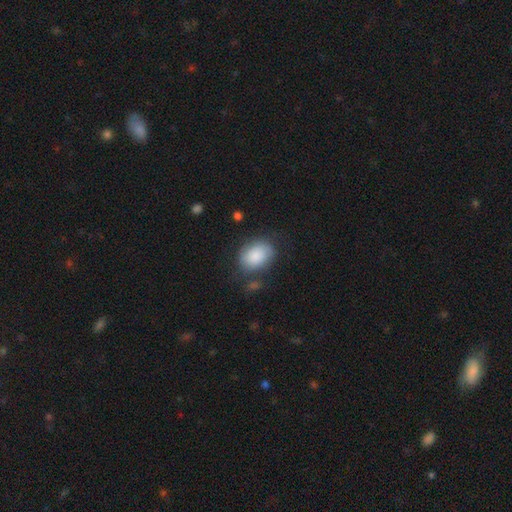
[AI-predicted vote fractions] A smooth galaxy with no disk features (79%) that is in between round and cigar-shaped (73%).

Vote fractions:
- Smooth or featured? smooth: 79% / featured or disk: 14% / star or artifact: 7%
- How rounded? in between: 73% / round: 26% / cigar-shaped: 1%
- Merging? none: 65% / minor disturbance: 22% / major disturbance: 9% / merger: 4%